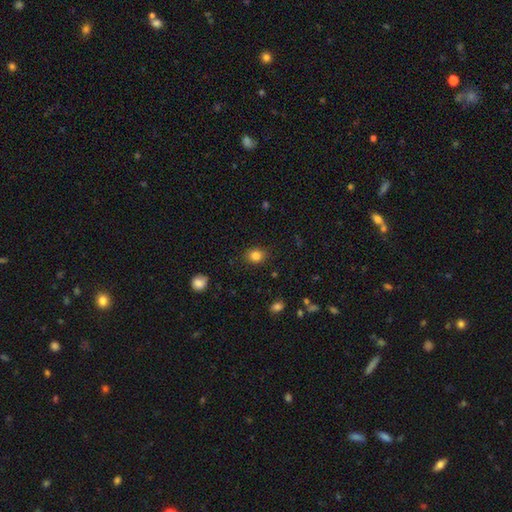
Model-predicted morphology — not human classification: Smooth or featured? smooth (83%)
How rounded? round (65%)
Merging? none (86%)